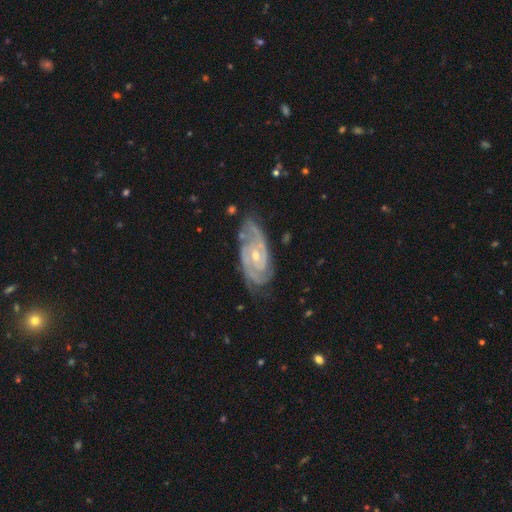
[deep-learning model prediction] Q: Smooth or featured?
A: featured or disk (90%); runner-up: star or artifact (5%)
Q: Edge-on disk?
A: no (95%); runner-up: yes (5%)
Q: Bar?
A: no (55%); runner-up: weak (34%)
Q: Spiral arms?
A: yes (98%); runner-up: no (2%)
Q: Spiral winding?
A: tight (67%); runner-up: medium (28%)
Q: Spiral arm count?
A: 2 (52%); runner-up: 3 (25%)
Q: Bulge size?
A: small (62%); runner-up: moderate (35%)
Q: Merging?
A: none (75%); runner-up: minor disturbance (18%)